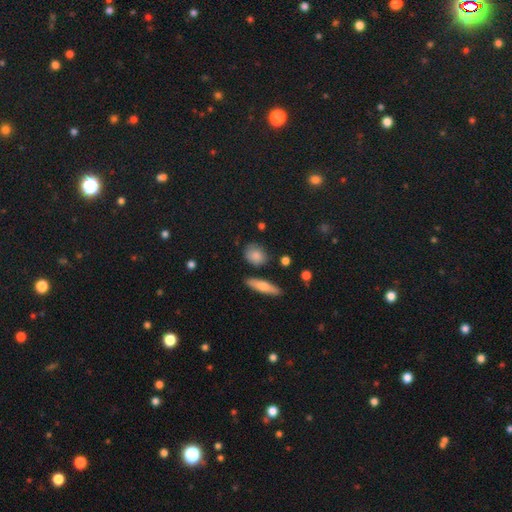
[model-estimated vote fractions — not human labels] Smooth or featured? Predicted: smooth (p=0.82). How rounded? Predicted: round (p=0.51). Merging? Predicted: none (p=0.75).